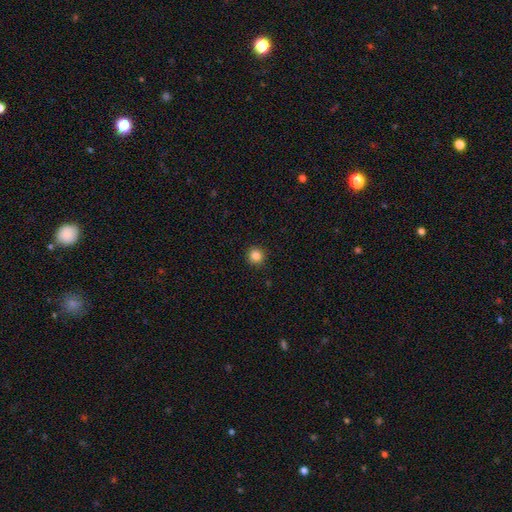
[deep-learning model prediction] Smooth or featured?
  - smooth: 85% *
  - star or artifact: 11%
  - featured or disk: 4%
How rounded?
  - round: 95% *
  - in between: 4%
  - cigar-shaped: 1%
Merging?
  - none: 93% *
  - minor disturbance: 5%
  - major disturbance: 2%
  - merger: 1%